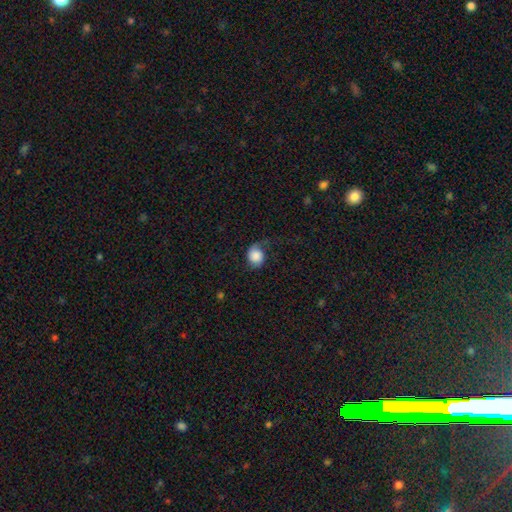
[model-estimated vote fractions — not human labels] Overall: smooth (66%). How rounded: round (66%; in between 33%). Merging: none (48%; minor disturbance 26%).